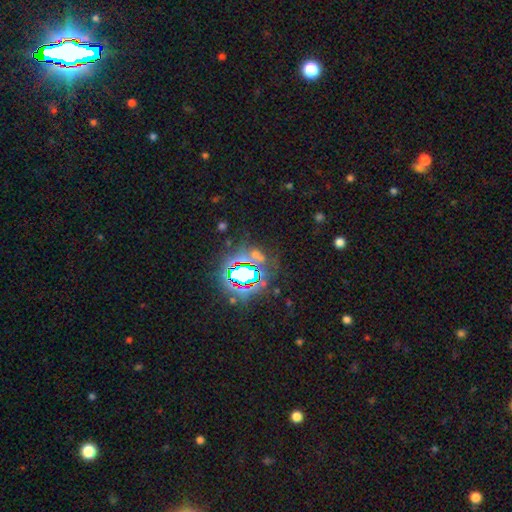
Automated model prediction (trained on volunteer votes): Smooth or featured? star or artifact (70%)